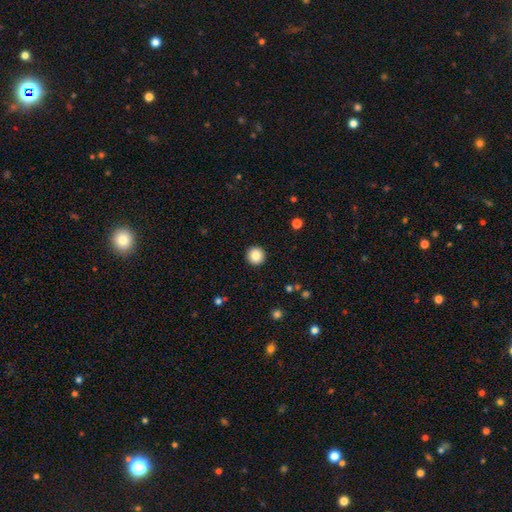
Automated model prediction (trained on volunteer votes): Morphology: type=smooth (87%); roundness=round (96%); merging=none (93%).